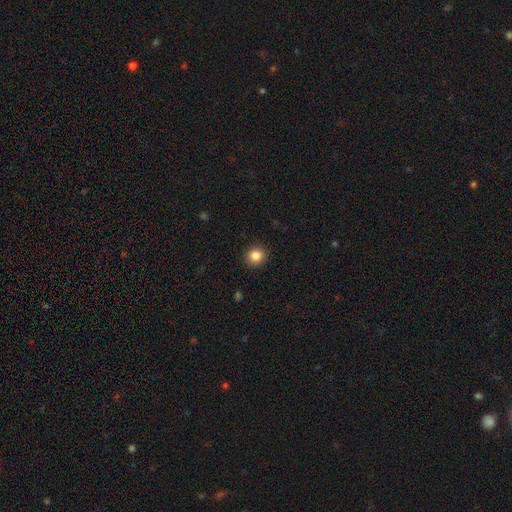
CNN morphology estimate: smooth-or-featured: smooth: 85% | star or artifact: 10% | featured or disk: 5%
  how-rounded: round: 86% | in between: 14% | cigar-shaped: 1%
  merging: none: 92% | minor disturbance: 5% | major disturbance: 2% | merger: 1%